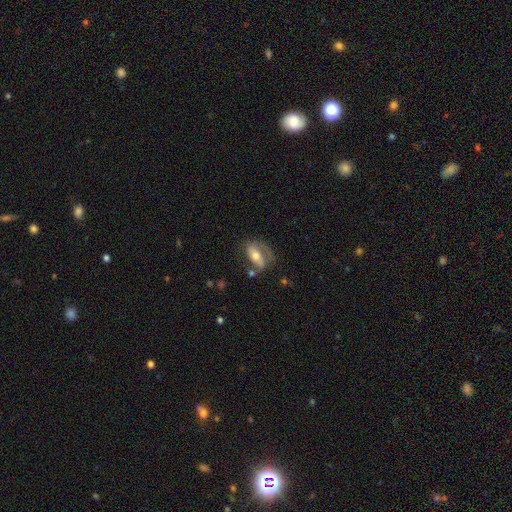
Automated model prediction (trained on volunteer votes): featured or disk 51%, smooth 42%, star or artifact 7%. Down the decision tree: edge-on disk — no (87%); merging — none (45%).